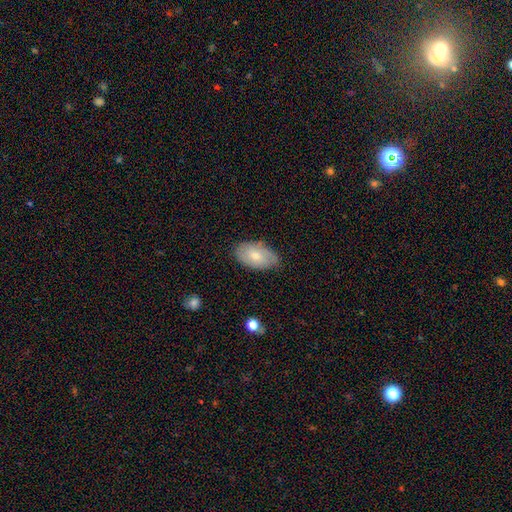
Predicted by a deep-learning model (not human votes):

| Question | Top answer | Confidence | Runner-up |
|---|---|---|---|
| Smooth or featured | smooth | 63% | featured or disk (30%) |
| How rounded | in between | 93% | round (5%) |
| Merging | none | 73% | minor disturbance (22%) |